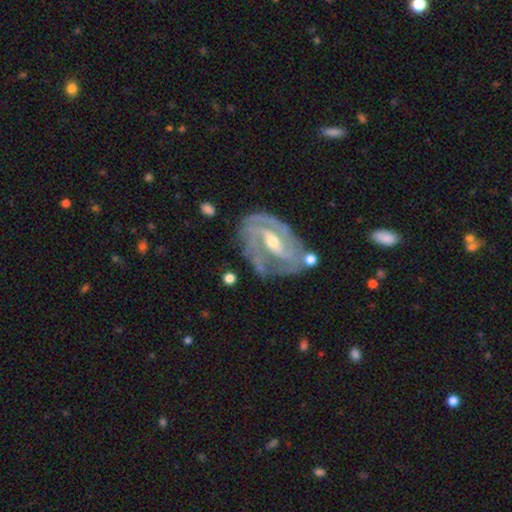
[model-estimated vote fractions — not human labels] Q: Smooth or featured?
A: featured or disk (88%); runner-up: smooth (7%)
Q: Edge-on disk?
A: no (95%); runner-up: yes (5%)
Q: Bar?
A: strong (45%); runner-up: weak (37%)
Q: Spiral arms?
A: yes (93%); runner-up: no (7%)
Q: Spiral winding?
A: tight (56%); runner-up: medium (35%)
Q: Spiral arm count?
A: 2 (54%); runner-up: can't tell (17%)
Q: Bulge size?
A: moderate (53%); runner-up: small (44%)
Q: Merging?
A: none (66%); runner-up: minor disturbance (21%)